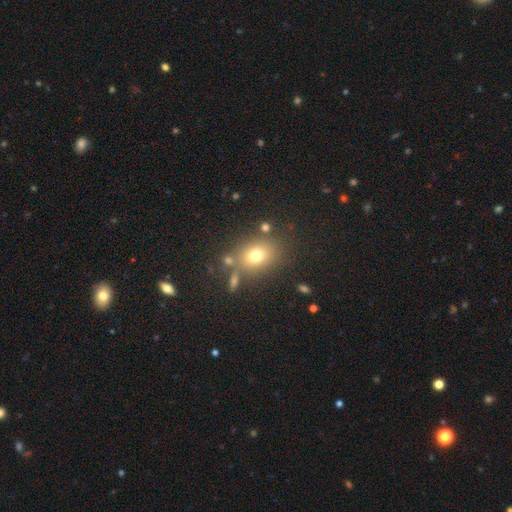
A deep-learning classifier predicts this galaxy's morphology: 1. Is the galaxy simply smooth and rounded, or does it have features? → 73% smooth, 14% star or artifact, 13% featured or disk.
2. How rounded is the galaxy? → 57% in between, 42% round, 1% cigar-shaped.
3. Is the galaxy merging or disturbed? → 73% none, 12% minor disturbance, 9% merger, 5% major disturbance.